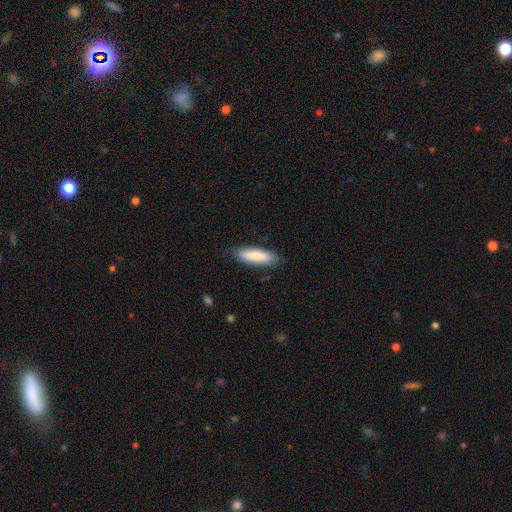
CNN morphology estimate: This appears to be a smooth galaxy with no disk features (84%) that is cigar-shaped (52%). Merging: none (84%).